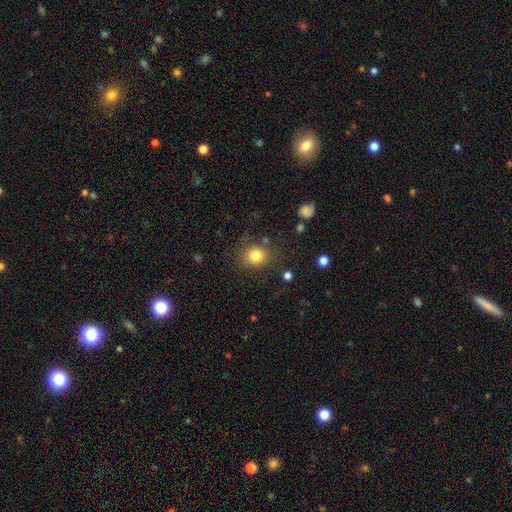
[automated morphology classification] The model was most divided on "how rounded": round: 75%, in between: 24%, cigar-shaped: 1%. More confident: smooth or featured — smooth (81%); merging — none (78%).